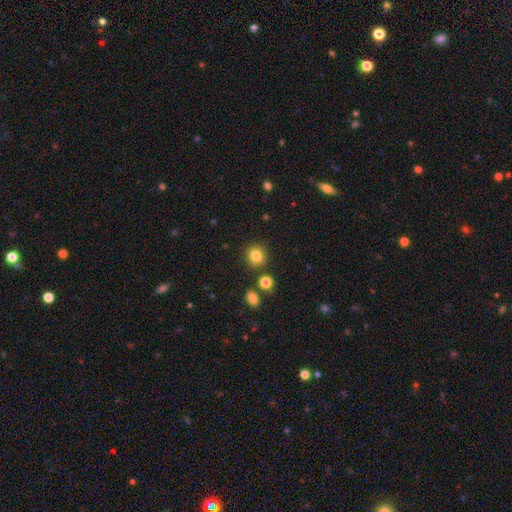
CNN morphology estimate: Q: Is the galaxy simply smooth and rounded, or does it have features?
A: smooth — 83%.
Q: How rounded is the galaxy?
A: round — 87%.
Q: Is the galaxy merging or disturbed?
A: none — 86%.